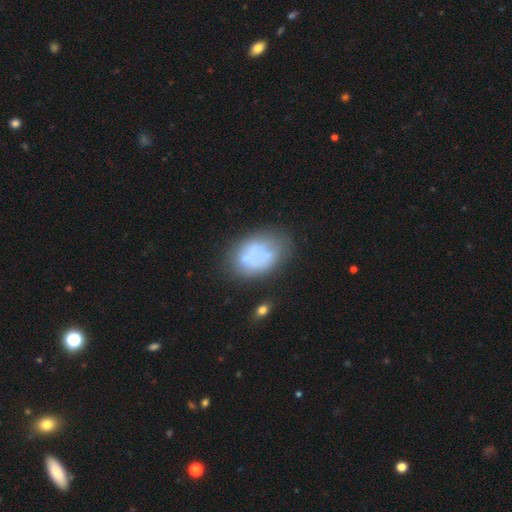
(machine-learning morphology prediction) This is possibly a smooth galaxy (55%). How rounded: likely in between (79%). Merging: possibly none (45%).